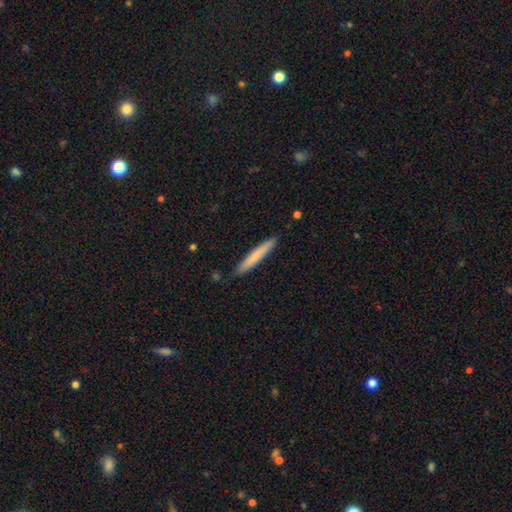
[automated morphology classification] A smooth galaxy with no disk features (73%) that is cigar-shaped (95%). Merging: none (89%).